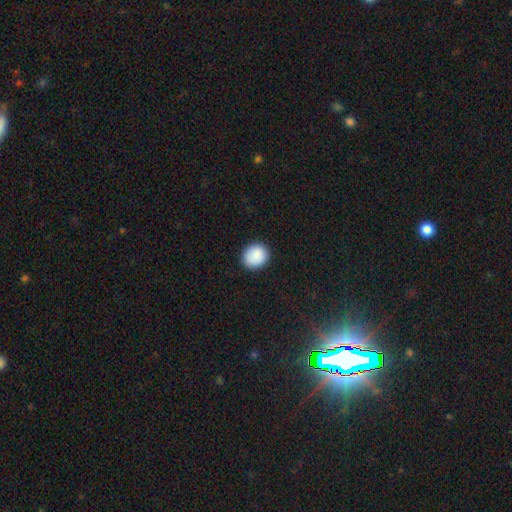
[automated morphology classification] smooth 89%, star or artifact 7%, featured or disk 4%. Down the decision tree: how rounded — round (78%); merging — none (89%).